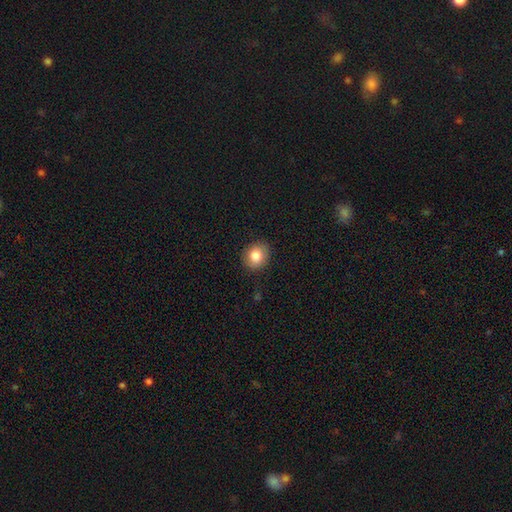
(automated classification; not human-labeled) Smooth or featured: smooth — 83% (star or artifact — 9%)
How rounded: round — 68% (in between — 31%)
Merging: none — 88% (minor disturbance — 9%)